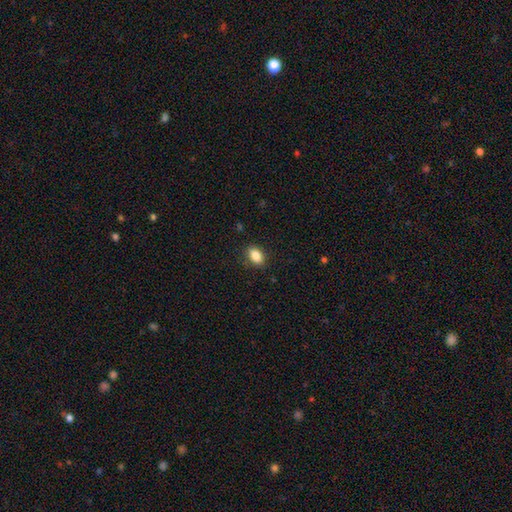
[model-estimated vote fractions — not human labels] smooth-or-featured: smooth: 86% | star or artifact: 9% | featured or disk: 6%
  how-rounded: in between: 81% | round: 18% | cigar-shaped: 1%
  merging: none: 87% | minor disturbance: 9% | major disturbance: 2% | merger: 1%